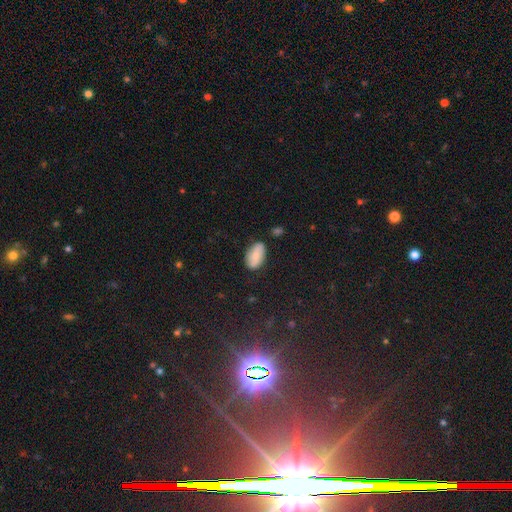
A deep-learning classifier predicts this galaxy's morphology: type=smooth (73%); roundness=in between (93%); merging=none (75%).